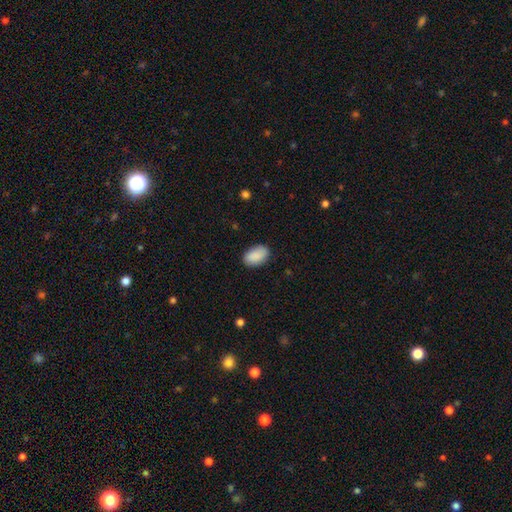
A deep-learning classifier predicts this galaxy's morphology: This is clearly a smooth galaxy (90%). How rounded: clearly in between (93%). Merging: clearly none (86%).